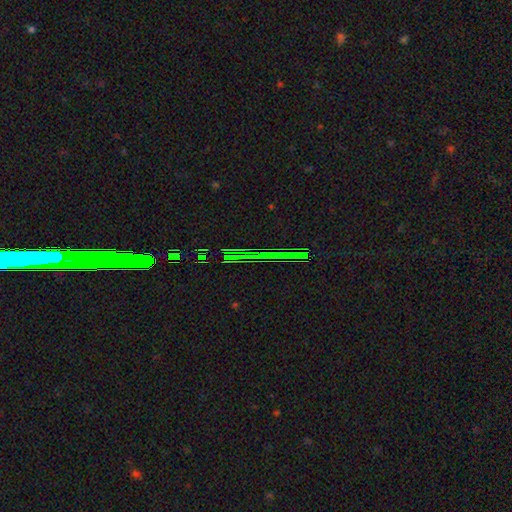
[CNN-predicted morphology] Smooth or featured?
  - star or artifact: 72% *
  - featured or disk: 15%
  - smooth: 13%